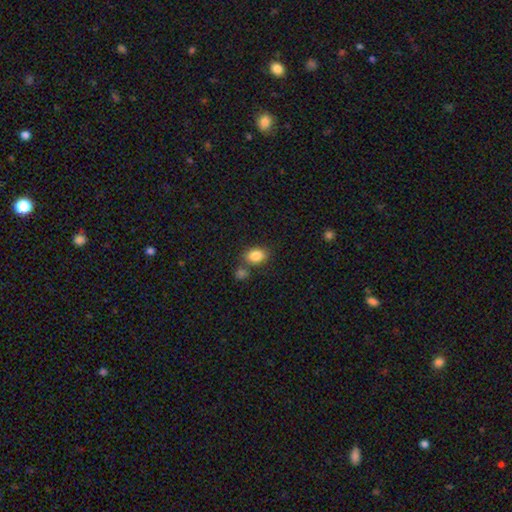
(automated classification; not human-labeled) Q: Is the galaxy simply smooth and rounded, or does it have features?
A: smooth — 86%.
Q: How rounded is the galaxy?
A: in between — 75%.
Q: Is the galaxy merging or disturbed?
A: none — 67%.